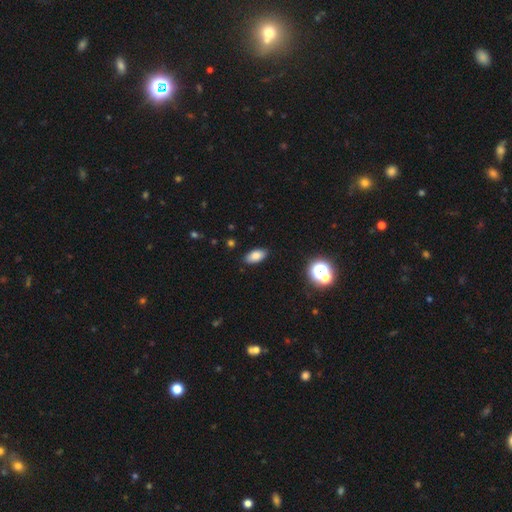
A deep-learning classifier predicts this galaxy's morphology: Smooth or featured? Predicted: smooth (p=0.82). How rounded? Predicted: in between (p=0.91). Merging? Predicted: none (p=0.88).